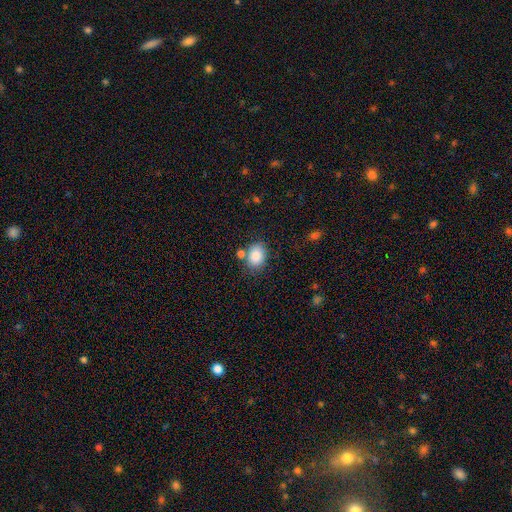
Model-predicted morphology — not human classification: smooth 86%, star or artifact 8%, featured or disk 6%. Down the decision tree: how rounded — in between (64%); merging — none (69%).